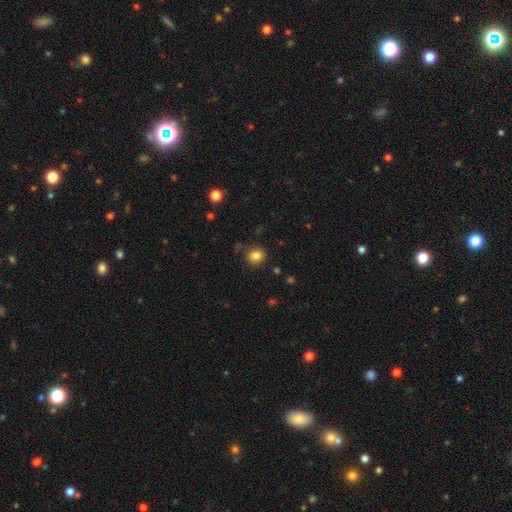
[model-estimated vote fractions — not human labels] smooth-or-featured: smooth: 84% | star or artifact: 11% | featured or disk: 5%
  how-rounded: round: 73% | in between: 26% | cigar-shaped: 1%
  merging: none: 81% | minor disturbance: 12% | major disturbance: 4% | merger: 3%